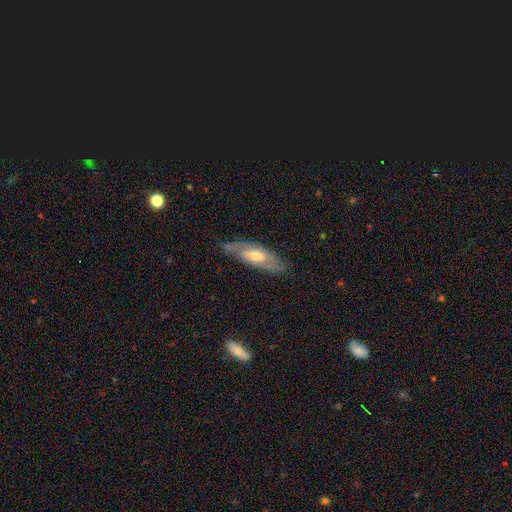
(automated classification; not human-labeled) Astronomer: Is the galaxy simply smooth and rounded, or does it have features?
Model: featured or disk — 71%.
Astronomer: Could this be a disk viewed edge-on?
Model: no — 77%.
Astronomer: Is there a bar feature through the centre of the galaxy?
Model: no — 46% (runner-up: weak, 42%).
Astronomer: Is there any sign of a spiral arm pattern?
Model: yes — 81%.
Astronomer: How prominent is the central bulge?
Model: moderate — 62%.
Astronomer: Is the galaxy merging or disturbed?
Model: none — 76%.